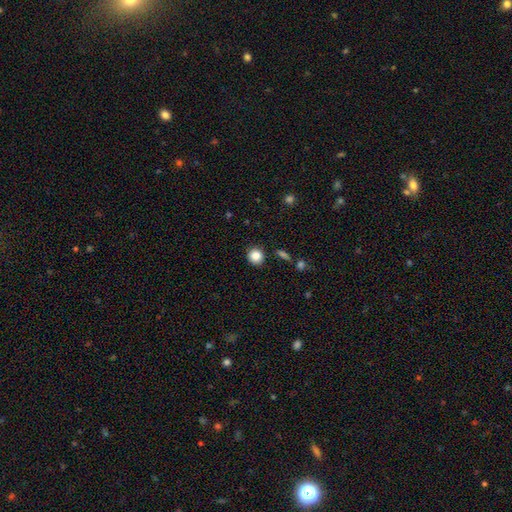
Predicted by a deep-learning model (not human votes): A smooth galaxy with no disk features (86%) that is round (89%).

Vote fractions:
- Smooth or featured? smooth: 86% / star or artifact: 10% / featured or disk: 4%
- How rounded? round: 89% / in between: 10% / cigar-shaped: 1%
- Merging? none: 88% / minor disturbance: 7% / merger: 2% / major disturbance: 2%